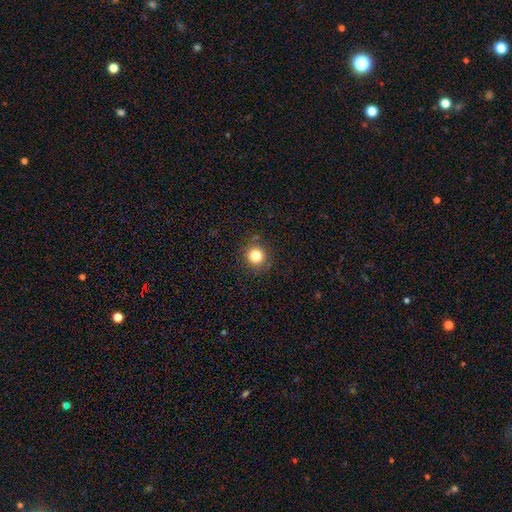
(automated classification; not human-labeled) smooth-or-featured: smooth: 81% | star or artifact: 13% | featured or disk: 6%
  how-rounded: round: 94% | in between: 5% | cigar-shaped: 1%
  merging: none: 89% | minor disturbance: 7% | major disturbance: 2% | merger: 2%